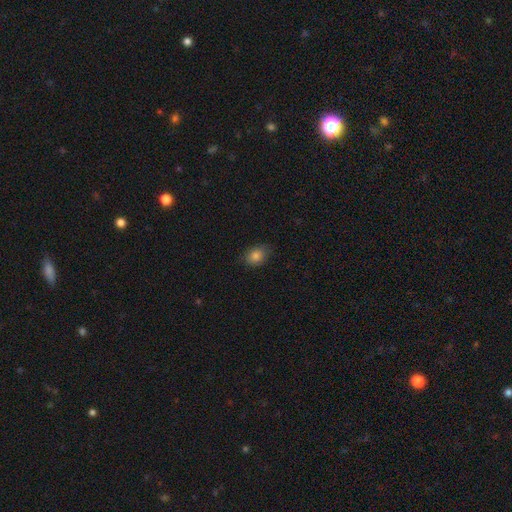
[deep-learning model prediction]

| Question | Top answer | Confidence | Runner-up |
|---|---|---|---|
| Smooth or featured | smooth | 83% | star or artifact (10%) |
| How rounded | in between | 59% | round (40%) |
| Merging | none | 78% | minor disturbance (17%) |